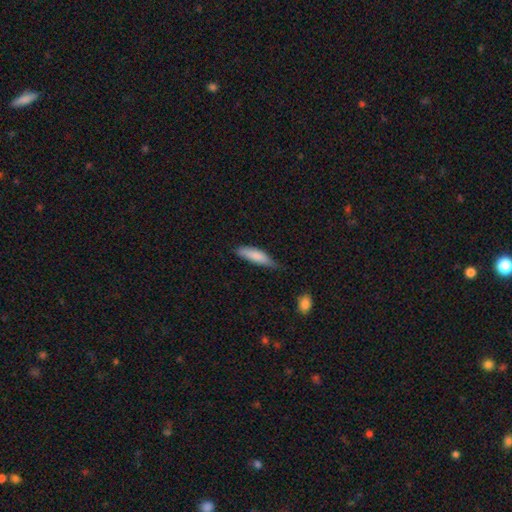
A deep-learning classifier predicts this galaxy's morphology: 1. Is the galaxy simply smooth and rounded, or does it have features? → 82% smooth, 12% featured or disk, 6% star or artifact.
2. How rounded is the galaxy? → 58% cigar-shaped, 40% in between, 2% round.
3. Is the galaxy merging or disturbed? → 55% none, 37% minor disturbance, 6% major disturbance, 2% merger.